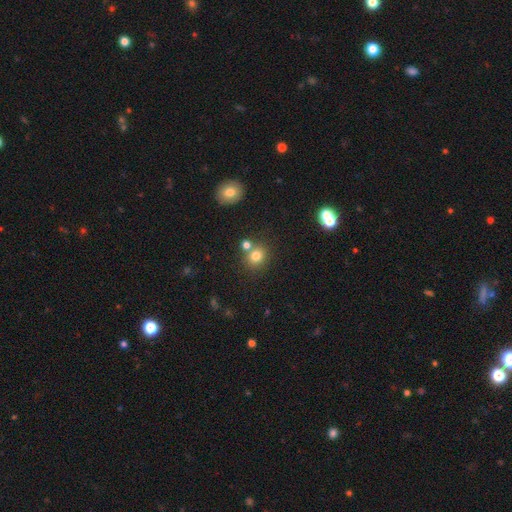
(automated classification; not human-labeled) smooth-or-featured: smooth: 77% | star or artifact: 14% | featured or disk: 9%
  how-rounded: round: 81% | in between: 18% | cigar-shaped: 1%
  merging: none: 66% | merger: 21% | minor disturbance: 9% | major disturbance: 3%